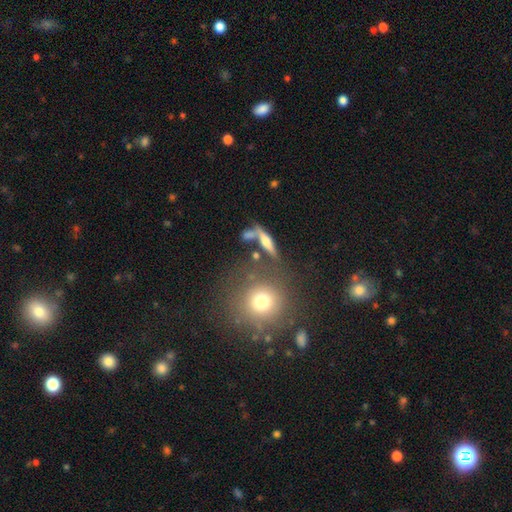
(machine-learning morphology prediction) Q: Smooth or featured?
A: smooth (41%); runner-up: featured or disk (38%)
Q: Merging?
A: none (65%); runner-up: merger (14%)